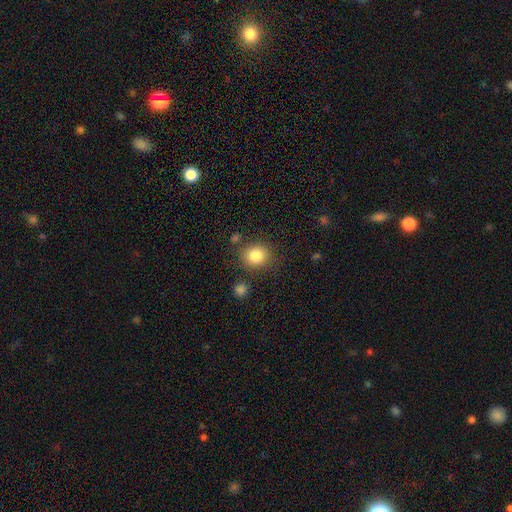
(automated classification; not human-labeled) Smooth or featured: smooth — 83% (star or artifact — 10%)
How rounded: round — 81% (in between — 19%)
Merging: none — 80% (minor disturbance — 11%)